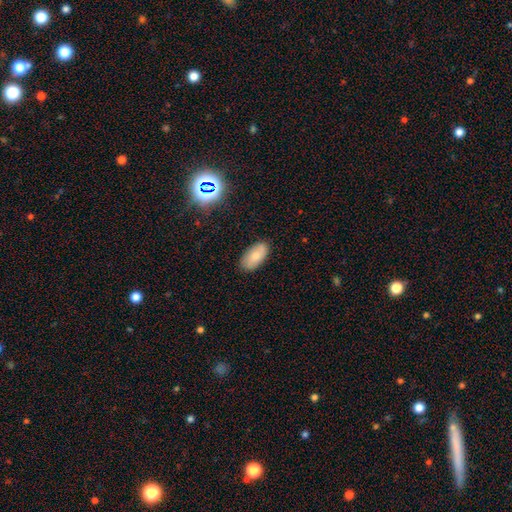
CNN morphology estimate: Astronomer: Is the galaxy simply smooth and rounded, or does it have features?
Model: smooth — 75%.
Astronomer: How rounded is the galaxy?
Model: in between — 93%.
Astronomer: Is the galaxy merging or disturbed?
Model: none — 85%.